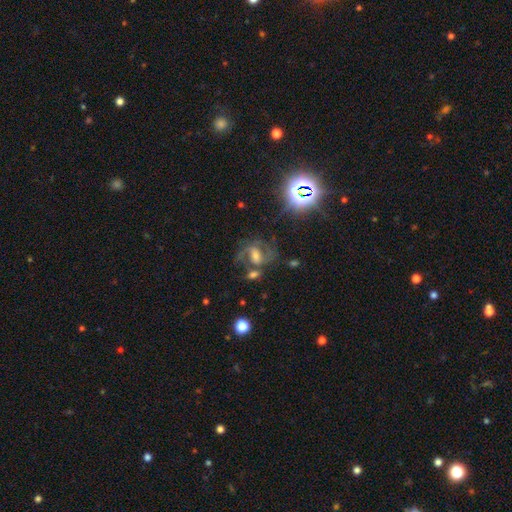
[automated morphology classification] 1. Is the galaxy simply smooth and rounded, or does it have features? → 65% featured or disk, 21% star or artifact, 14% smooth.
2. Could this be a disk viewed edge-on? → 96% no, 4% yes.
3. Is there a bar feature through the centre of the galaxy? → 45% weak, 31% strong, 24% no.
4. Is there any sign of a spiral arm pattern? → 89% yes, 11% no.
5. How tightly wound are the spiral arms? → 54% medium, 28% loose, 18% tight.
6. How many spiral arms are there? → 82% 2, 8% can't tell, 3% 1, 3% 3, 1% 4, 1% more than 4.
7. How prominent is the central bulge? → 49% moderate, 27% small, 14% large, 8% none, 2% dominant.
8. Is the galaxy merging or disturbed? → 54% none, 16% minor disturbance, 15% major disturbance, 15% merger.